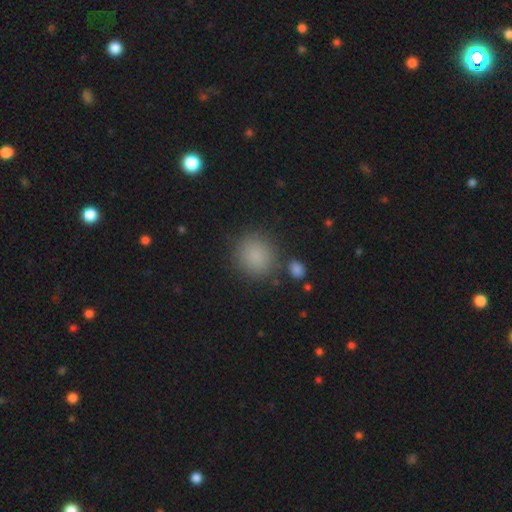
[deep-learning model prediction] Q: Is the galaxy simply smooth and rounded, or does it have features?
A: smooth — 86%.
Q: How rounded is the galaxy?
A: round — 87%.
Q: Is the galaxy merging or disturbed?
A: none — 83%.